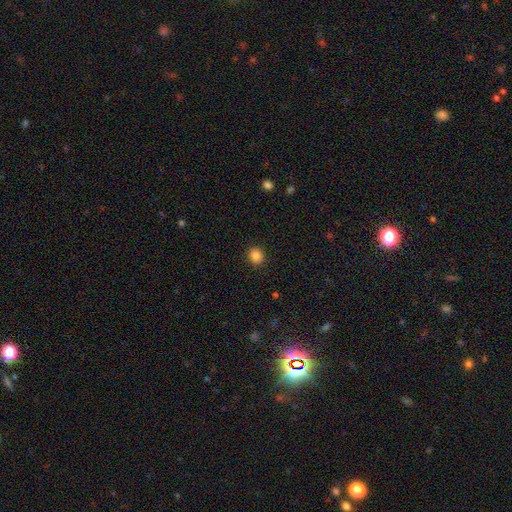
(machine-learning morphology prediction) Overall: smooth (87%). How rounded: round (78%). Merging: none (91%).